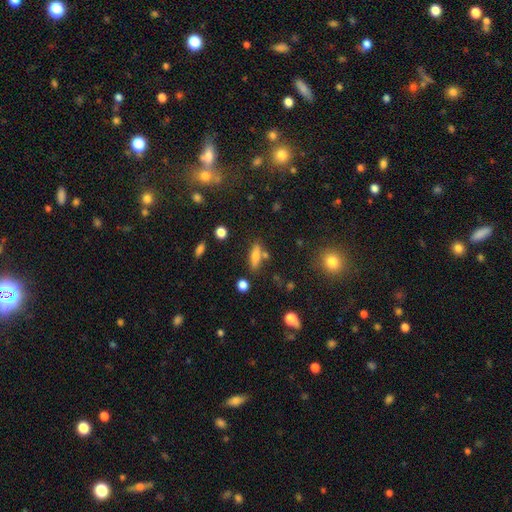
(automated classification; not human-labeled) A smooth galaxy with no disk features (73%) that is in between round and cigar-shaped (49%). Merging: none (71%).